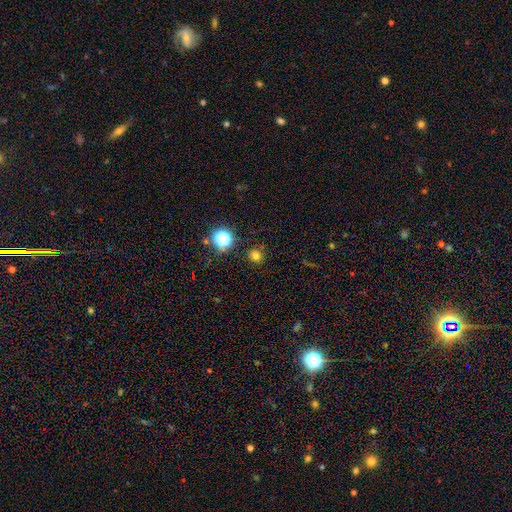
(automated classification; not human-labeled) This is likely a smooth galaxy (74%). How rounded: clearly round (89%). Merging: clearly none (89%).